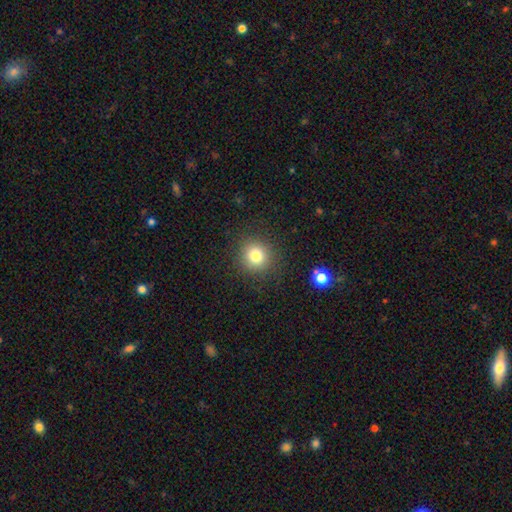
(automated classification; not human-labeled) A smooth galaxy with no disk features (79%) that is round (93%).

Vote fractions:
- Smooth or featured? smooth: 79% / star or artifact: 13% / featured or disk: 8%
- How rounded? round: 93% / in between: 6% / cigar-shaped: 1%
- Merging? none: 89% / minor disturbance: 7% / major disturbance: 3% / merger: 1%